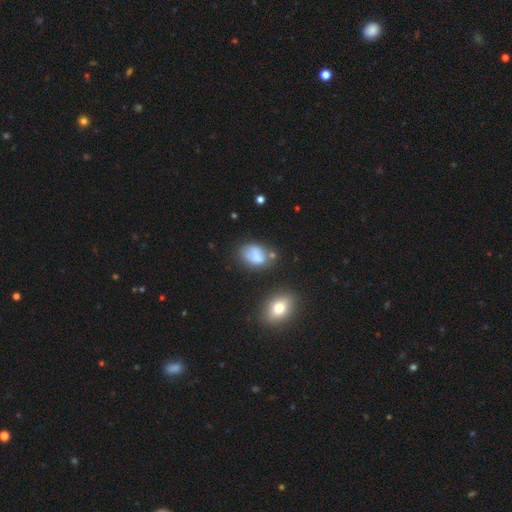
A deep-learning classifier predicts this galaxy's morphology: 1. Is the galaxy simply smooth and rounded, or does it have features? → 67% smooth, 22% featured or disk, 11% star or artifact.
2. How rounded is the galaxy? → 82% in between, 16% round, 2% cigar-shaped.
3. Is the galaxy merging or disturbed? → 50% none, 26% minor disturbance, 13% major disturbance, 11% merger.